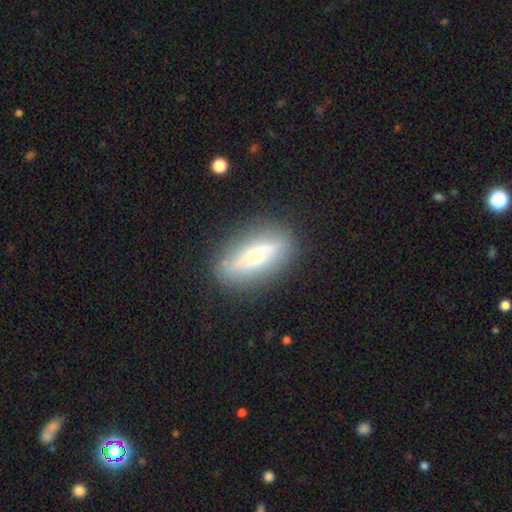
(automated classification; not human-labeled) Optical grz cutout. It shows a smooth galaxy with no disk features (51%) that is in between round and cigar-shaped (51%). Merging: none (81%).